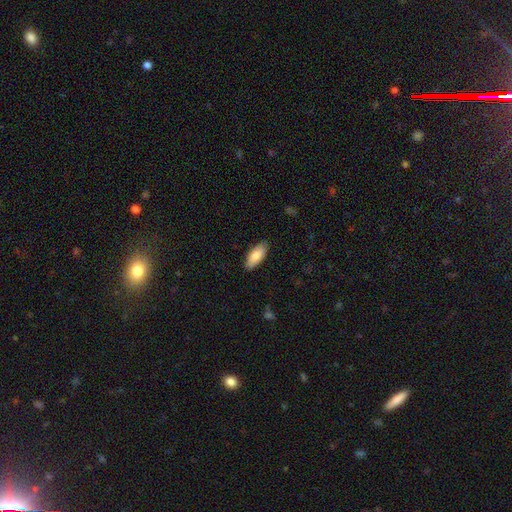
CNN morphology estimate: This is clearly a smooth galaxy (84%). How rounded: likely in between (79%). Merging: clearly none (86%).